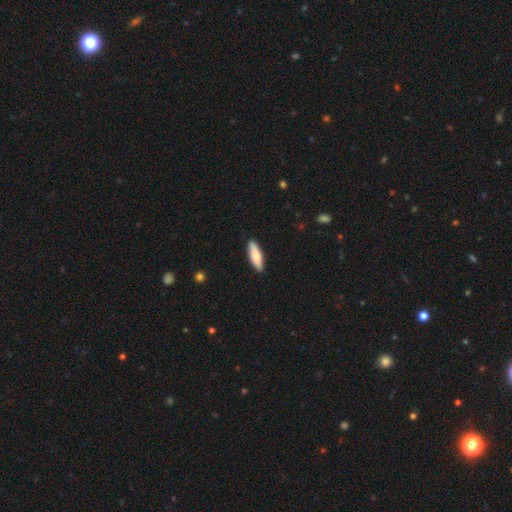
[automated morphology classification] Smooth or featured? Predicted: smooth (p=0.78). How rounded? Predicted: cigar-shaped (p=0.54). Merging? Predicted: none (p=0.90).